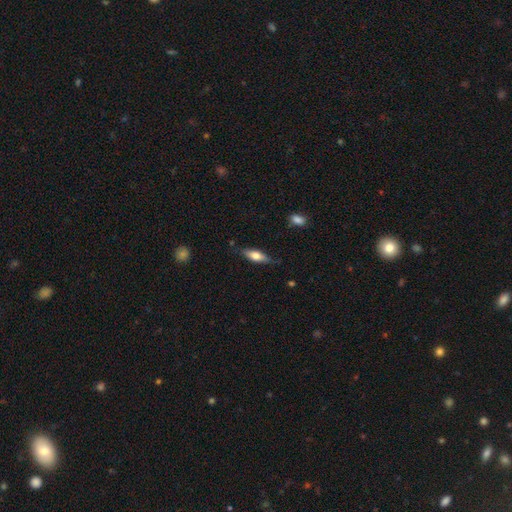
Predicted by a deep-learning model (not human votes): This appears to be a smooth galaxy with no disk features (61%) that is in between round and cigar-shaped (57%). Merging: none (77%).